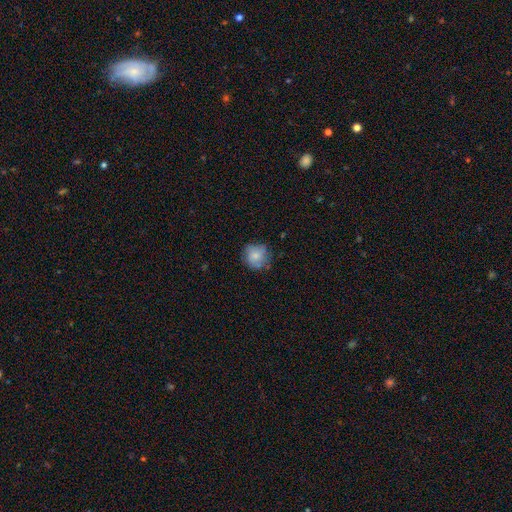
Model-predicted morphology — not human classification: A smooth galaxy with no disk features (75%) that is round (88%).

Vote fractions:
- Smooth or featured? smooth: 75% / featured or disk: 17% / star or artifact: 8%
- How rounded? round: 88% / in between: 11% / cigar-shaped: 1%
- Merging? none: 71% / minor disturbance: 22% / major disturbance: 6% / merger: 2%